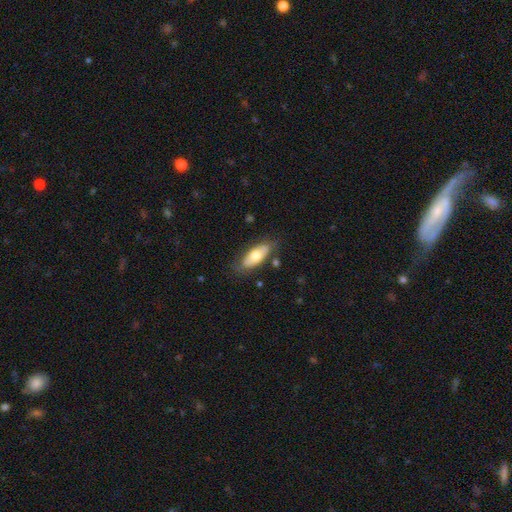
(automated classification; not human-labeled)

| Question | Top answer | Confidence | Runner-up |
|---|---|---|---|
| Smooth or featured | smooth | 63% | featured or disk (32%) |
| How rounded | in between | 81% | cigar-shaped (17%) |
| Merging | none | 76% | minor disturbance (17%) |